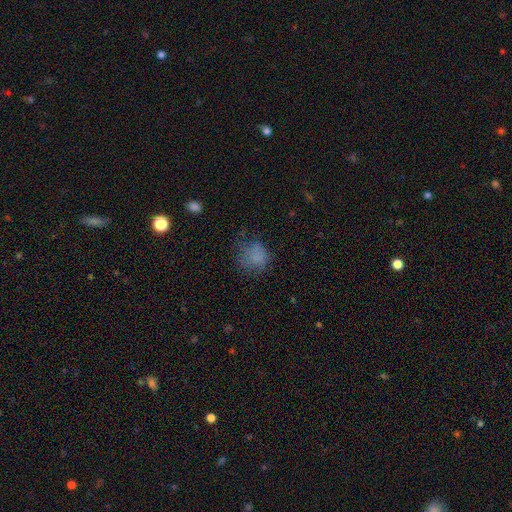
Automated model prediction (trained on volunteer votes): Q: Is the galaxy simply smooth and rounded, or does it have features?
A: smooth — 72%.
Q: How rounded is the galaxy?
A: round — 77%.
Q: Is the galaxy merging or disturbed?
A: none — 53%.